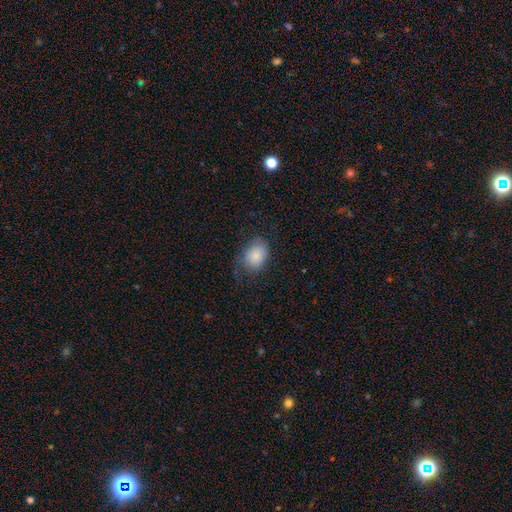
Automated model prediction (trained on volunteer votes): Q: Smooth or featured?
A: smooth (85%); runner-up: star or artifact (8%)
Q: How rounded?
A: in between (66%); runner-up: round (33%)
Q: Merging?
A: none (63%); runner-up: minor disturbance (26%)